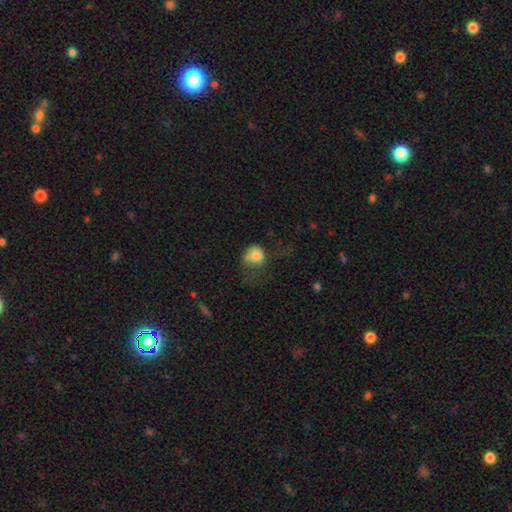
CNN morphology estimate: Smooth or featured: smooth — 78% (featured or disk — 12%)
How rounded: round — 56% (in between — 42%)
Merging: major disturbance — 48% (minor disturbance — 25%)